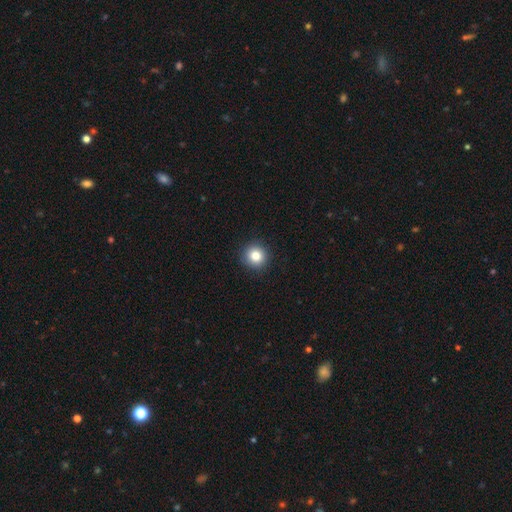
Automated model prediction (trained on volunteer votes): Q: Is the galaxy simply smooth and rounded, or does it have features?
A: smooth — 82%.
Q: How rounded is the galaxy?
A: round — 94%.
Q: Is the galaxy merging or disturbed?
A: none — 92%.